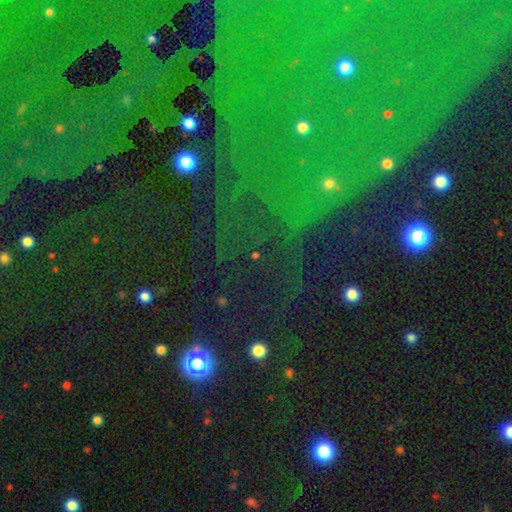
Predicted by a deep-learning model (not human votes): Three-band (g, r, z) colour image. It shows a star or artifact, not a galaxy (72%).